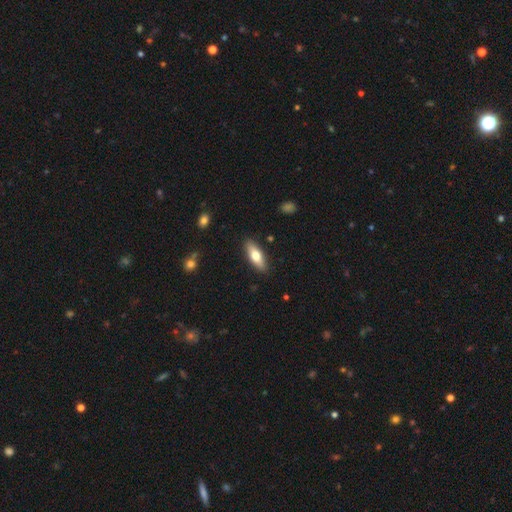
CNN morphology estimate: Smooth or featured: smooth — 66% (featured or disk — 28%)
How rounded: in between — 64% (cigar-shaped — 34%)
Merging: none — 88% (minor disturbance — 9%)